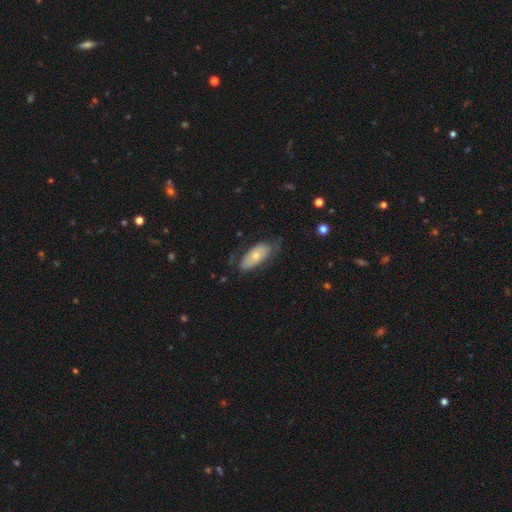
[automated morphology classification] Smooth or featured: smooth — 64% (featured or disk — 30%)
How rounded: in between — 86% (cigar-shaped — 12%)
Merging: none — 63% (minor disturbance — 27%)